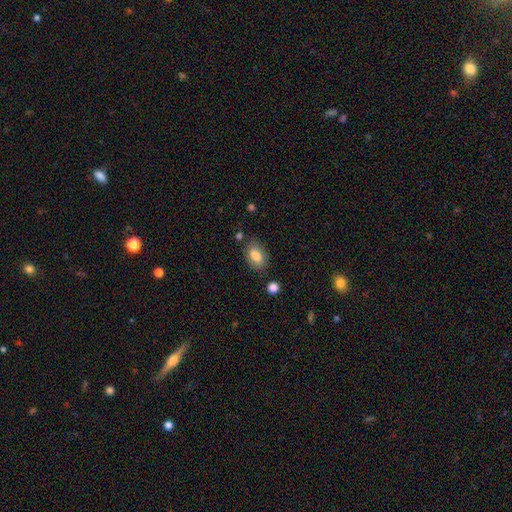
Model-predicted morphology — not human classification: A smooth galaxy with no disk features (83%) that is in between round and cigar-shaped (89%).

Vote fractions:
- Smooth or featured? smooth: 83% / featured or disk: 9% / star or artifact: 7%
- How rounded? in between: 89% / round: 10% / cigar-shaped: 2%
- Merging? none: 78% / minor disturbance: 14% / merger: 4% / major disturbance: 4%